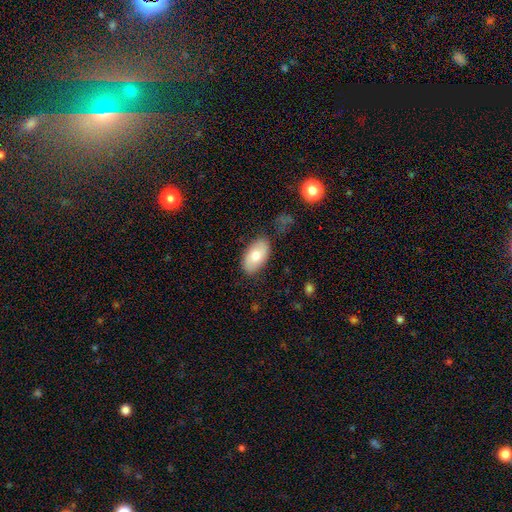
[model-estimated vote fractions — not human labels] Smooth or featured?
  - smooth: 73% *
  - featured or disk: 21%
  - star or artifact: 6%
How rounded?
  - in between: 95% *
  - round: 3%
  - cigar-shaped: 2%
Merging?
  - none: 82% *
  - minor disturbance: 13%
  - major disturbance: 3%
  - merger: 2%